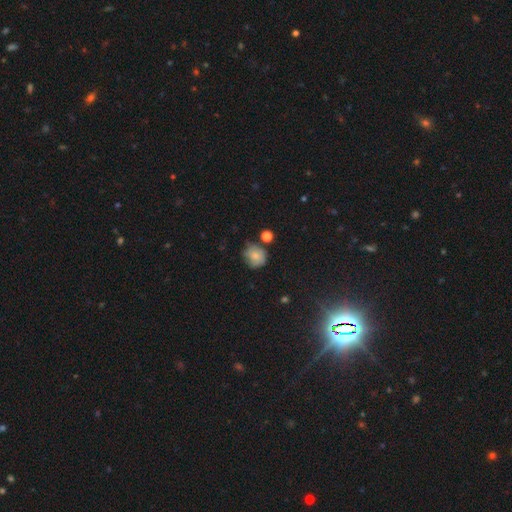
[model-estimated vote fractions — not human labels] Q: Smooth or featured?
A: smooth (73%); runner-up: featured or disk (17%)
Q: How rounded?
A: round (82%); runner-up: in between (17%)
Q: Merging?
A: none (59%); runner-up: minor disturbance (27%)